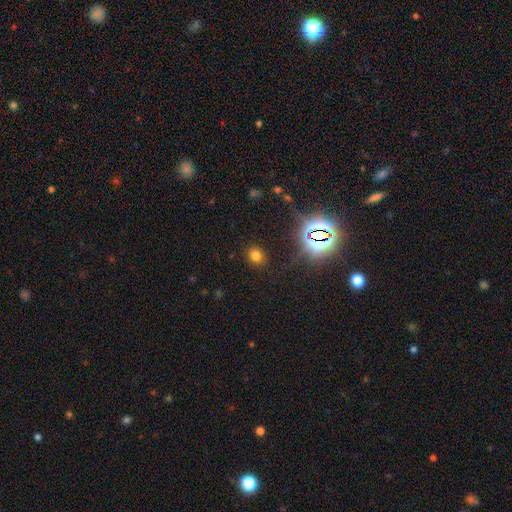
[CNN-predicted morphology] A smooth galaxy with no disk features (70%) that is round (70%).

Vote fractions:
- Smooth or featured? smooth: 70% / star or artifact: 23% / featured or disk: 7%
- How rounded? round: 70% / in between: 29% / cigar-shaped: 1%
- Merging? none: 87% / minor disturbance: 8% / major disturbance: 3% / merger: 2%